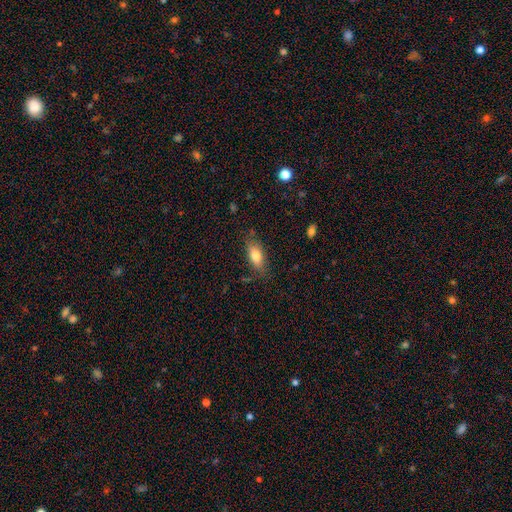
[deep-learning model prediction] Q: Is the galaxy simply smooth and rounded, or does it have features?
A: smooth — 77%.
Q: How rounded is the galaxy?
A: in between — 81%.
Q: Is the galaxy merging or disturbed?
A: none — 77%.